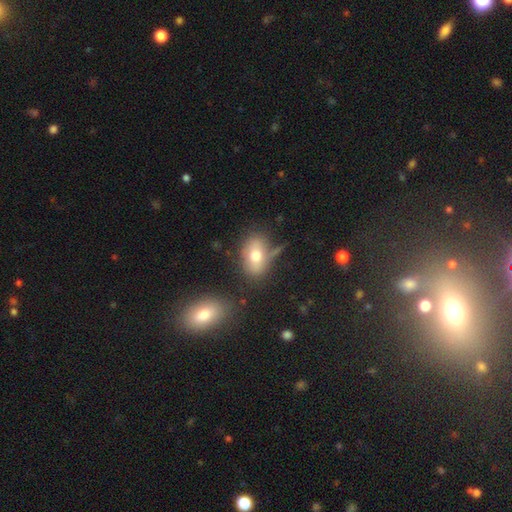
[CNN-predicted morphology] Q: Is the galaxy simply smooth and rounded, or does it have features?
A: smooth — 69%.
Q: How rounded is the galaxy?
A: in between — 85%.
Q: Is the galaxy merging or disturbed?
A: none — 60%.